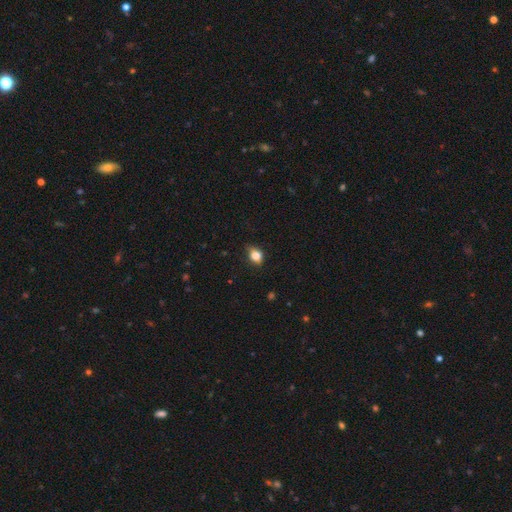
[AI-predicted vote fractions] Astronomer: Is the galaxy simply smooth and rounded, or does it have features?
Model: smooth — 79%.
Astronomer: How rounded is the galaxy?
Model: in between — 58% (runner-up: round, 40%).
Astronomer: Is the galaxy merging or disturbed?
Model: none — 68%.